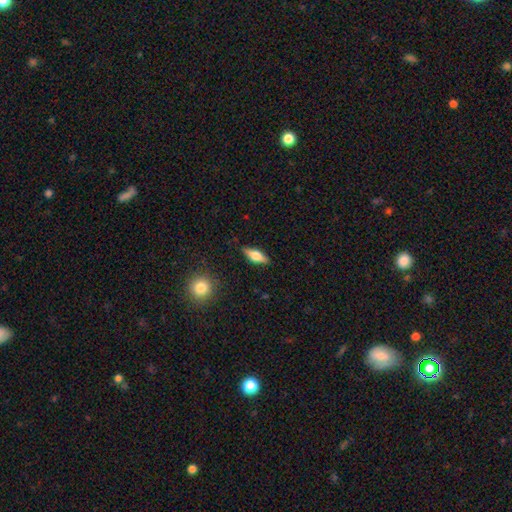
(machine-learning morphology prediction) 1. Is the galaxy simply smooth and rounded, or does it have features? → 50% smooth, 44% featured or disk, 7% star or artifact.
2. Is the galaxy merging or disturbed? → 87% none, 9% minor disturbance, 2% major disturbance, 1% merger.